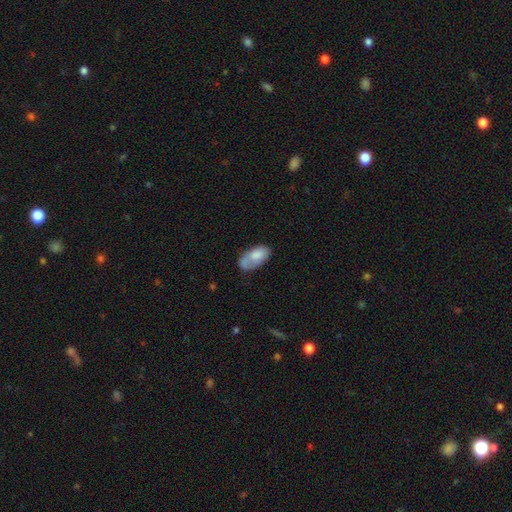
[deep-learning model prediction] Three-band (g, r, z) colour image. It shows a smooth galaxy with no disk features (74%) that is in between round and cigar-shaped (93%). Merging: none (48%).